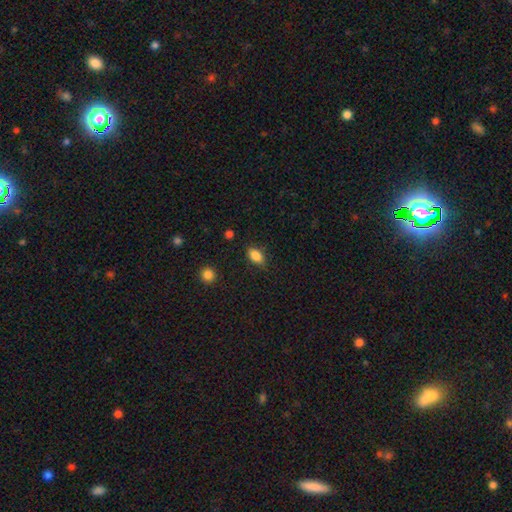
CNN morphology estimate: type=smooth (84%); roundness=in between (88%); merging=none (81%).